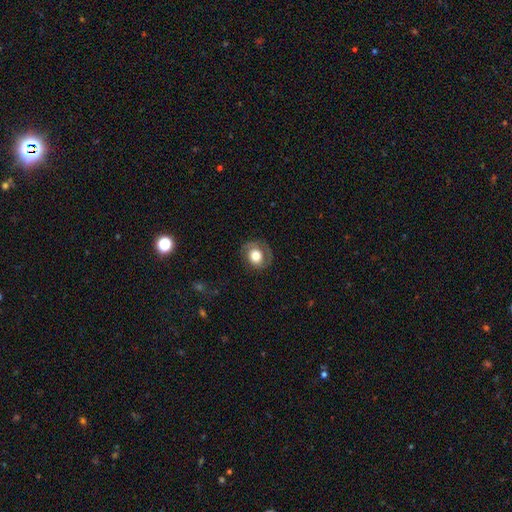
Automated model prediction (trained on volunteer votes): The model was most divided on "smooth or featured": smooth: 59%, featured or disk: 32%, star or artifact: 8%. More confident: merging — none (69%); how rounded — round (65%).